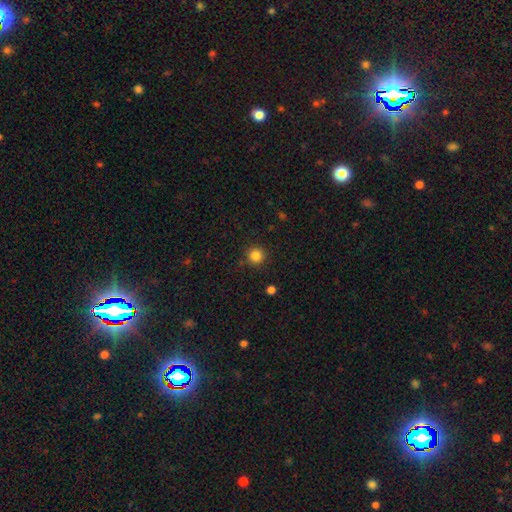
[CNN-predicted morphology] Overall: smooth (84%). How rounded: round (95%). Merging: none (90%).